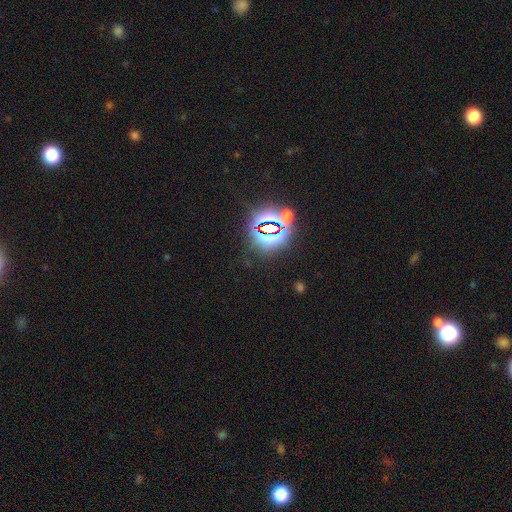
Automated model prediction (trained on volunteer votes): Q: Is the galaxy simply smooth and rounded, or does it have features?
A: star or artifact — 81%.